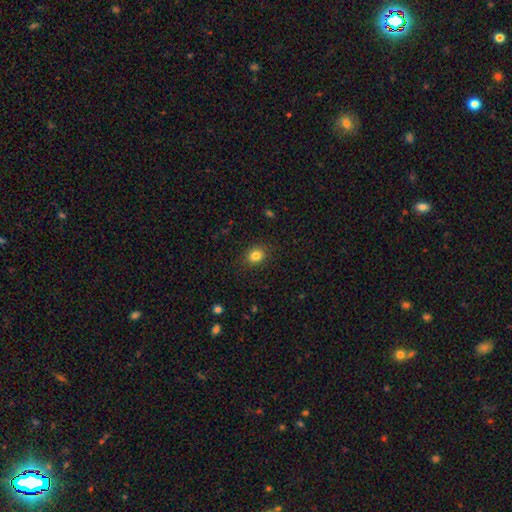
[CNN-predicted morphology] type=smooth (83%); roundness=round (69%); merging=none (89%).